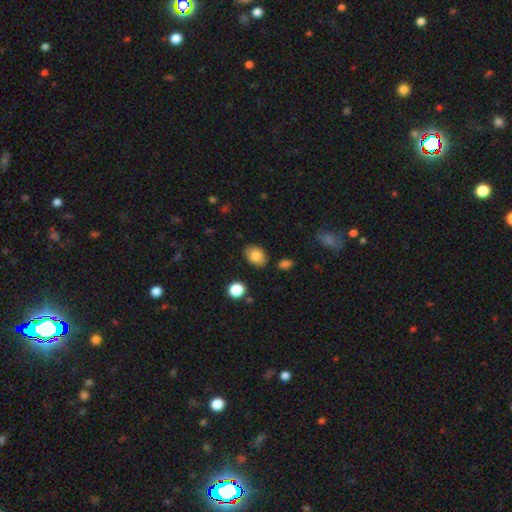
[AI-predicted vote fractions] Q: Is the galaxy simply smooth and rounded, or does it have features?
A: smooth — 83%.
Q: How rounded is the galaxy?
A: in between — 79%.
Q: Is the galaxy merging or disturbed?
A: none — 82%.